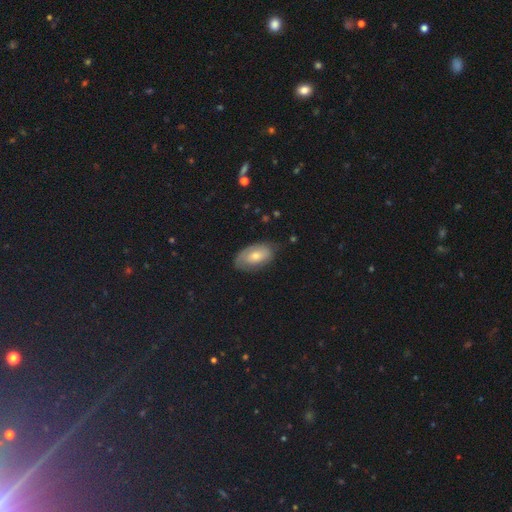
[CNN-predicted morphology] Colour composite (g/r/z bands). It shows a smooth galaxy with no disk features (48%). Merging: none (73%).